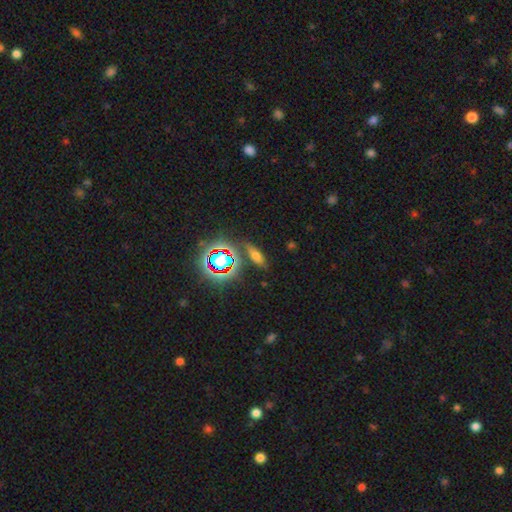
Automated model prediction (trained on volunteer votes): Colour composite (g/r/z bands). It shows a smooth galaxy with no disk features (57%) that is in between round and cigar-shaped (59%). Merging: none (78%).